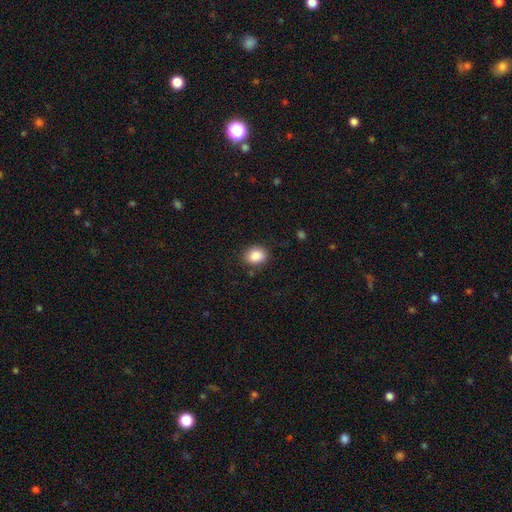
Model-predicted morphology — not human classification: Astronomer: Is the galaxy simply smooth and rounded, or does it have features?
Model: smooth — 88%.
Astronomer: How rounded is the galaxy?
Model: in between — 57% (runner-up: round, 42%).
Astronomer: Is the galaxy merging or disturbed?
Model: none — 84%.